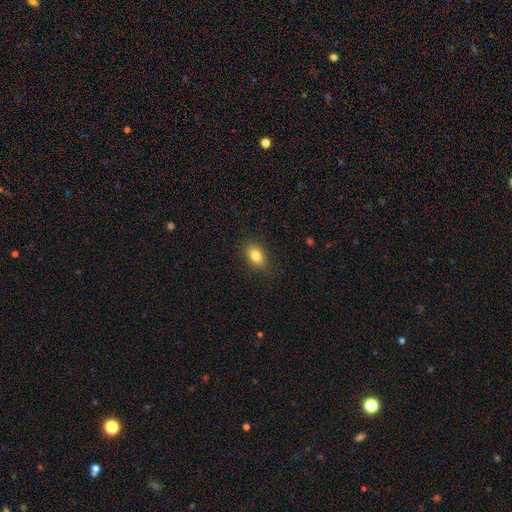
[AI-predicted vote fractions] A smooth galaxy with no disk features (83%) that is in between round and cigar-shaped (82%).

Vote fractions:
- Smooth or featured? smooth: 83% / star or artifact: 9% / featured or disk: 9%
- How rounded? in between: 82% / round: 17% / cigar-shaped: 2%
- Merging? none: 85% / minor disturbance: 11% / major disturbance: 3% / merger: 1%